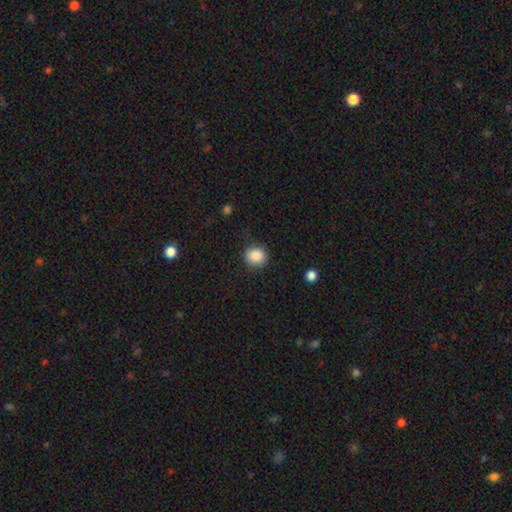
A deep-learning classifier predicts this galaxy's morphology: The model was most divided on "how rounded": round: 78%, in between: 21%, cigar-shaped: 1%. More confident: smooth or featured — smooth (88%); merging — none (82%).